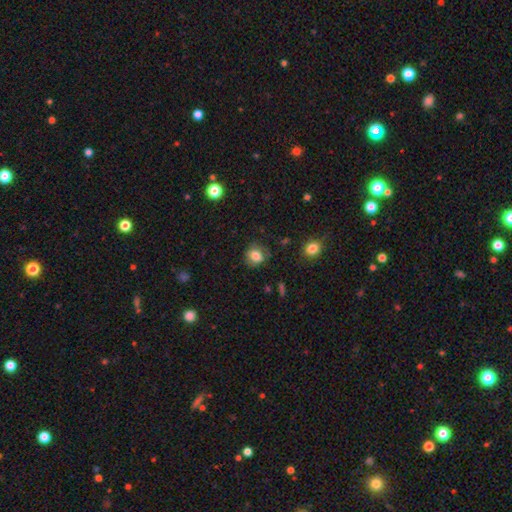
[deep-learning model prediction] A smooth galaxy with no disk features (78%) that is round (60%).

Vote fractions:
- Smooth or featured? smooth: 78% / featured or disk: 11% / star or artifact: 10%
- How rounded? round: 60% / in between: 39% / cigar-shaped: 1%
- Merging? none: 75% / minor disturbance: 18% / major disturbance: 6% / merger: 2%